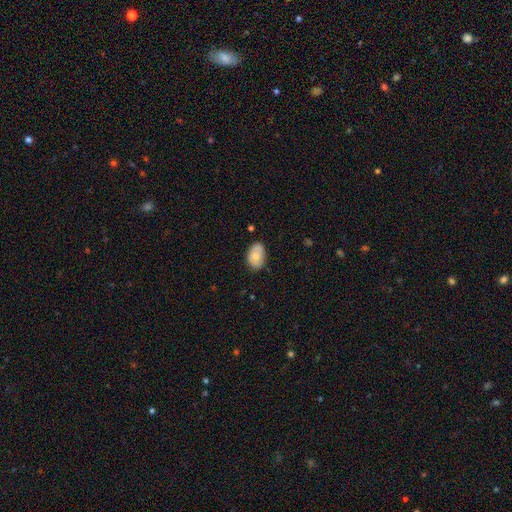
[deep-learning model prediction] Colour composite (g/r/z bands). It shows a smooth galaxy with no disk features (74%) that is in between round and cigar-shaped (88%). Merging: none (77%).